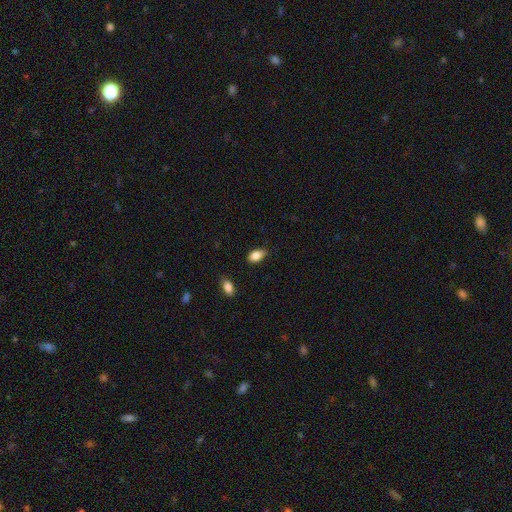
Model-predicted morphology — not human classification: A smooth galaxy with no disk features (86%) that is in between round and cigar-shaped (90%).

Vote fractions:
- Smooth or featured? smooth: 86% / star or artifact: 8% / featured or disk: 6%
- How rounded? in between: 90% / round: 7% / cigar-shaped: 3%
- Merging? none: 76% / minor disturbance: 19% / major disturbance: 3% / merger: 2%